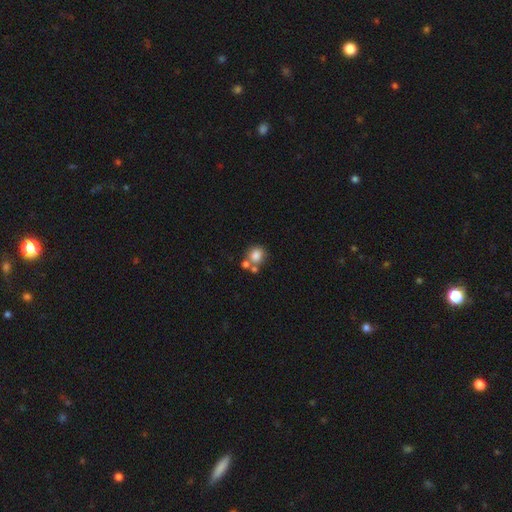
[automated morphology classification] Q: Smooth or featured?
A: smooth (80%); runner-up: star or artifact (10%)
Q: How rounded?
A: round (79%); runner-up: in between (20%)
Q: Merging?
A: none (53%); runner-up: merger (32%)